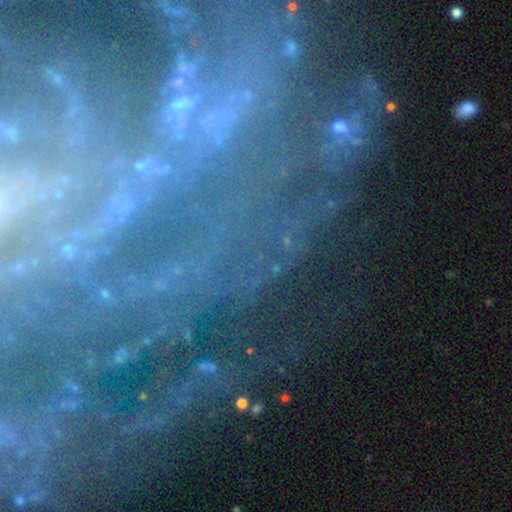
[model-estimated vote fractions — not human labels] Smooth or featured?
  - featured or disk: 58% *
  - star or artifact: 31%
  - smooth: 11%
Edge-on disk?
  - no: 89% *
  - yes: 11%
Bar?
  - no: 41% *
  - strong: 32%
  - weak: 27%
Spiral arms?
  - yes: 86% *
  - no: 14%
Bulge size?
  - small: 58% *
  - moderate: 20%
  - none: 13%
  - large: 5%
  - dominant: 3%
Merging?
  - none: 70% *
  - minor disturbance: 15%
  - major disturbance: 11%
  - merger: 4%